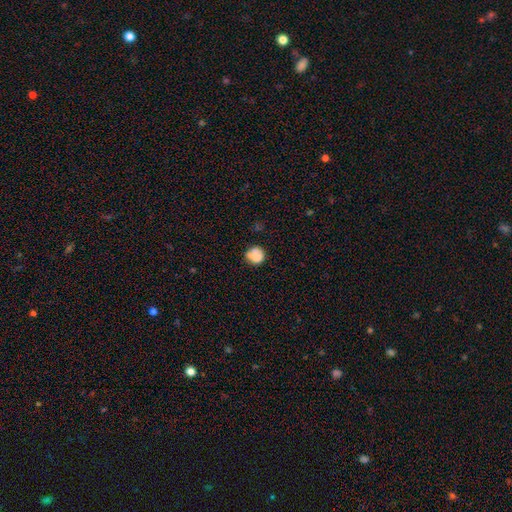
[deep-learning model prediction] Smooth or featured? Predicted: smooth (p=0.77). How rounded? Predicted: round (p=0.84). Merging? Predicted: none (p=0.61).